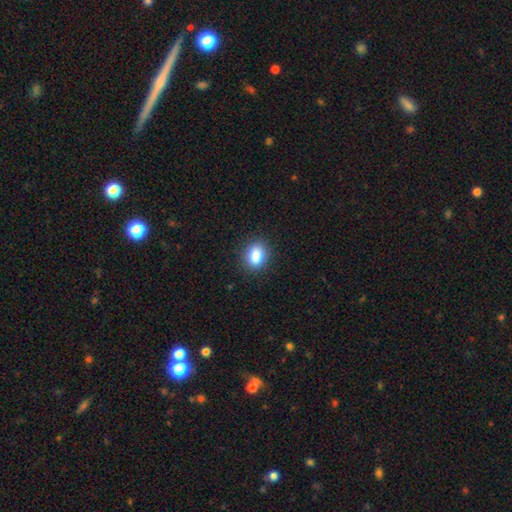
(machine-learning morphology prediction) smooth-or-featured: smooth: 86% | star or artifact: 9% | featured or disk: 5%
  how-rounded: in between: 71% | round: 27% | cigar-shaped: 2%
  merging: none: 87% | minor disturbance: 9% | major disturbance: 2% | merger: 1%